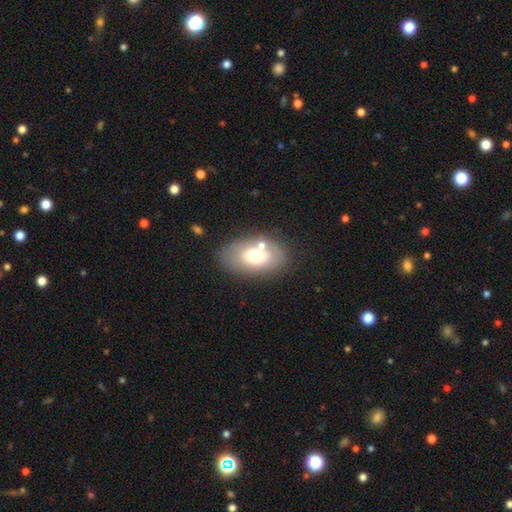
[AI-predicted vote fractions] Overall: smooth (66%; featured or disk 26%). How rounded: in between (89%). Merging: none (68%).